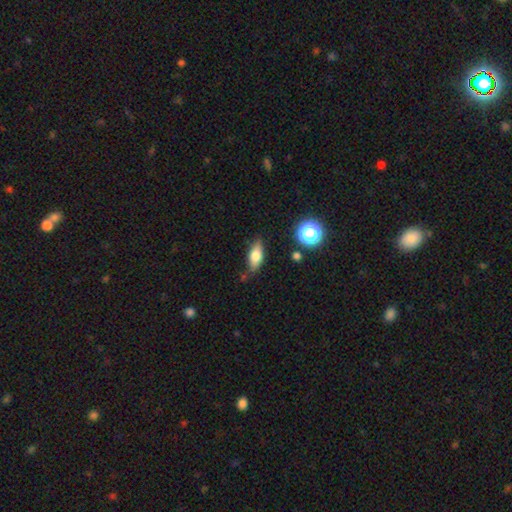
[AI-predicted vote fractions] Smooth or featured: smooth — 66% (featured or disk — 25%)
How rounded: in between — 76% (cigar-shaped — 18%)
Merging: none — 75% (minor disturbance — 18%)